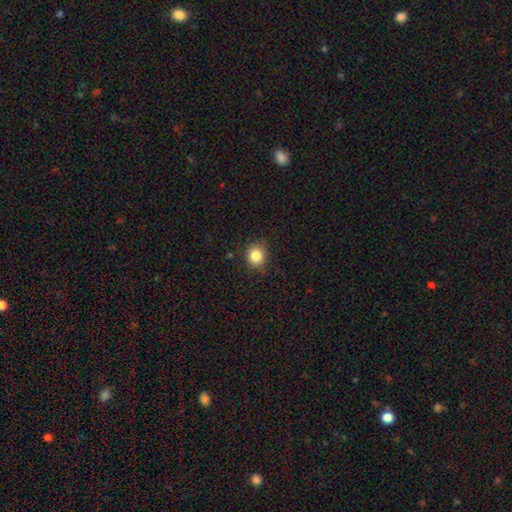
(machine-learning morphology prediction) This is clearly a smooth galaxy (83%). How rounded: likely round (77%). Merging: clearly none (84%).